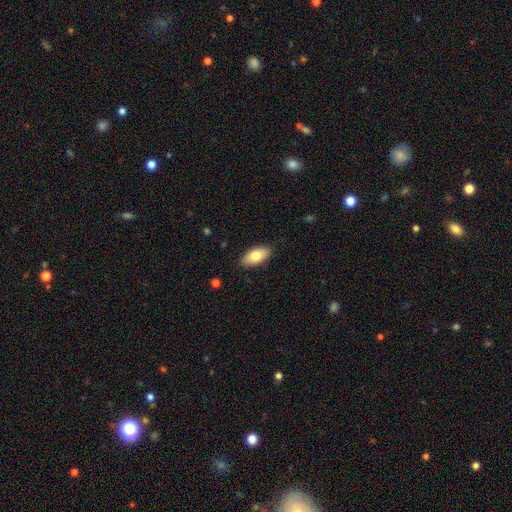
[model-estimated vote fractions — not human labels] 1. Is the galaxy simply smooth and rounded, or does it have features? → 79% smooth, 15% featured or disk, 6% star or artifact.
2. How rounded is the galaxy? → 92% in between, 5% cigar-shaped, 3% round.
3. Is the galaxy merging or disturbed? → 88% none, 9% minor disturbance, 2% major disturbance, 1% merger.